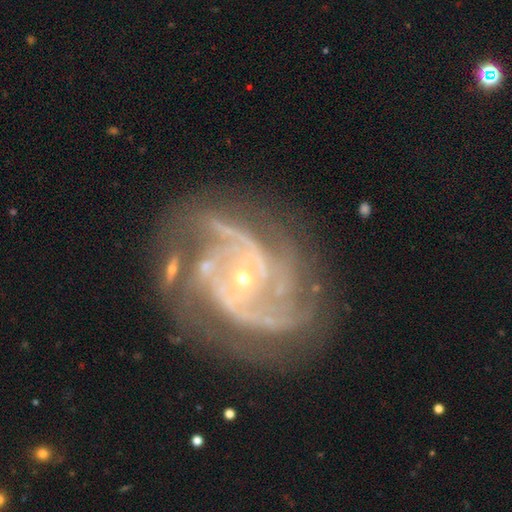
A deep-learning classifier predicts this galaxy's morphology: smooth-or-featured: featured or disk: 91% | star or artifact: 6% | smooth: 3%
  disk-edge-on: no: 98% | yes: 2%
    bar: no: 63% | weak: 26% | strong: 11%
    has-spiral-arms: yes: 98% | no: 2%
      spiral-winding: medium: 49% | tight: 41% | loose: 10%
      spiral-arm-count: 2: 34% | 3: 27% | can't tell: 13% | 4: 12% | more than 4: 7% | 1: 7%
    bulge-size: small: 81% | moderate: 16% | none: 1% | large: 1% | dominant: 1%
  merging: none: 68% | minor disturbance: 18% | major disturbance: 11% | merger: 3%